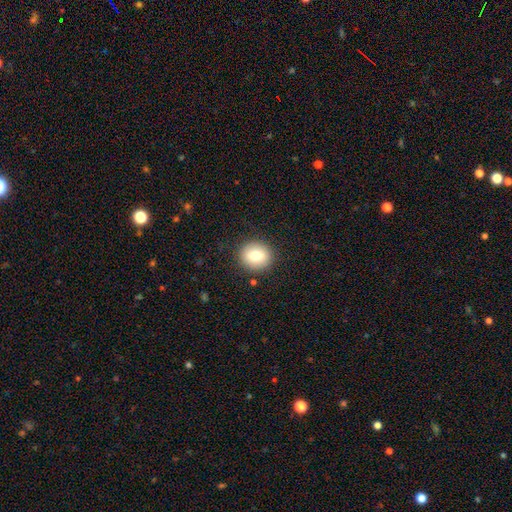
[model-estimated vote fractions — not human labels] Overall: smooth (77%). How rounded: round (79%). Merging: none (88%).